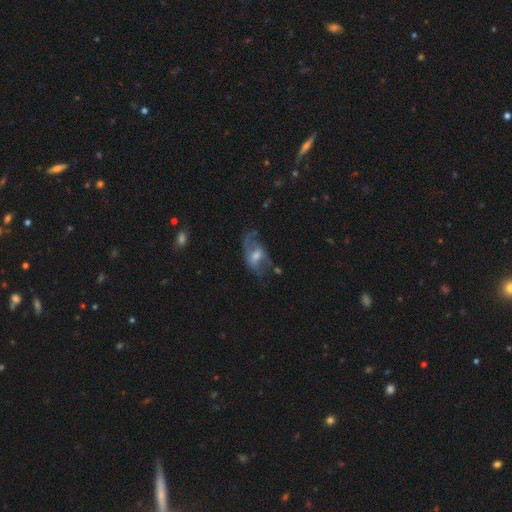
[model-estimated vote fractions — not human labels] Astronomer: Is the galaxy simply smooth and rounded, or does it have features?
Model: featured or disk — 63%.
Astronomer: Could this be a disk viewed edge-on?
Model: no — 92%.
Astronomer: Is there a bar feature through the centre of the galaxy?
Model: no — 49% (runner-up: weak, 41%).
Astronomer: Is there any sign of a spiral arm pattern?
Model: yes — 70%.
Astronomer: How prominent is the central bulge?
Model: moderate — 54% (runner-up: small, 30%).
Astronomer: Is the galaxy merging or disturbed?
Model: none — 49% (runner-up: minor disturbance, 24%).